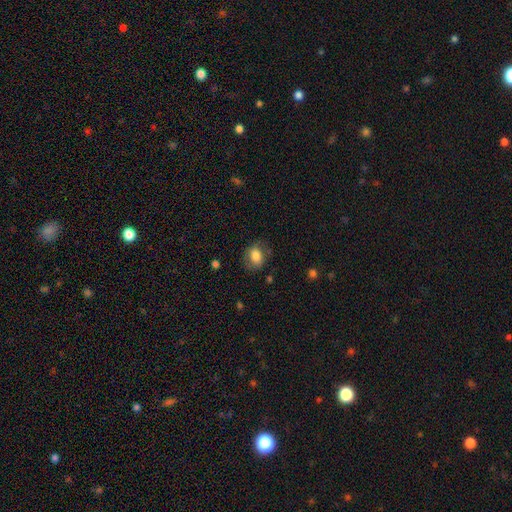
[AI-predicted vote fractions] This is likely a smooth galaxy (76%). How rounded: likely in between (62%). Merging: likely none (69%).